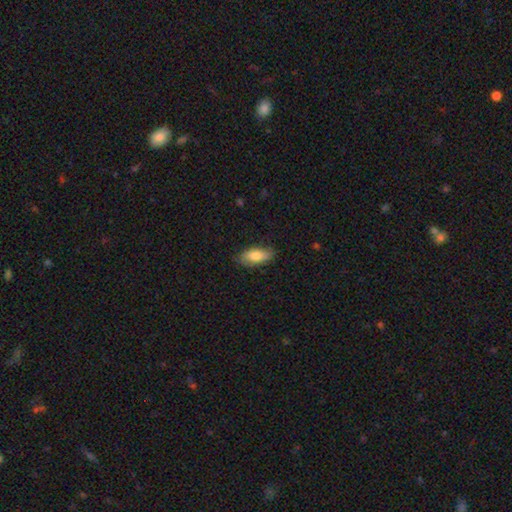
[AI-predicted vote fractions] Q: Smooth or featured?
A: smooth (78%); runner-up: featured or disk (15%)
Q: How rounded?
A: in between (85%); runner-up: cigar-shaped (12%)
Q: Merging?
A: none (81%); runner-up: minor disturbance (16%)